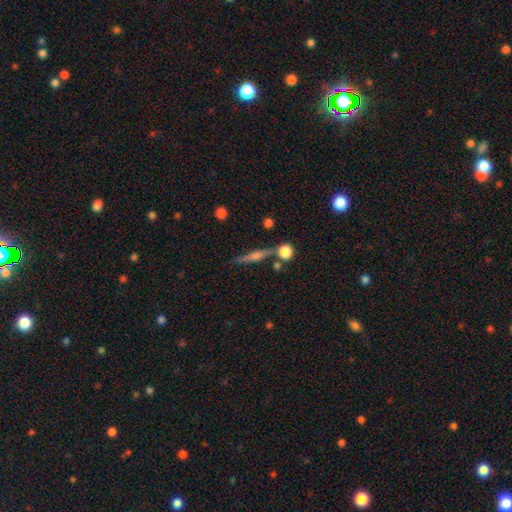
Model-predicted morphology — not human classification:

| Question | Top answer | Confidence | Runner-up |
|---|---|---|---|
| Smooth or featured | featured or disk | 65% | smooth (26%) |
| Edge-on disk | yes | 96% | no (4%) |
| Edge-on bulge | rounded | 80% | boxy (12%) |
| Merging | none | 78% | minor disturbance (10%) |